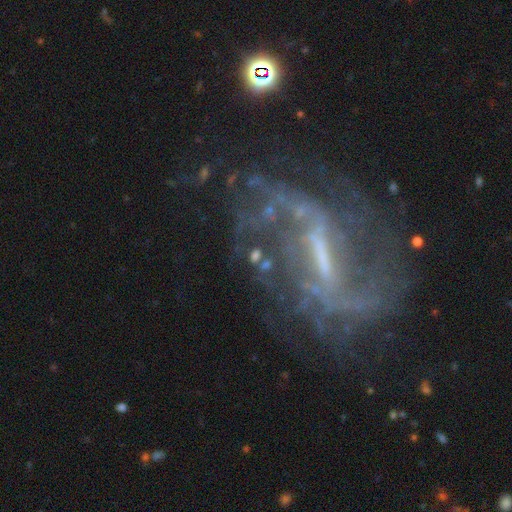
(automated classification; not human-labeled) Smooth or featured?
  - featured or disk: 62% *
  - star or artifact: 20%
  - smooth: 18%
Edge-on disk?
  - no: 85% *
  - yes: 15%
Bar?
  - strong: 47% *
  - no: 28%
  - weak: 24%
Spiral arms?
  - yes: 65% *
  - no: 35%
Bulge size?
  - moderate: 32% *
  - small: 31%
  - none: 23%
  - large: 10%
  - dominant: 4%
Merging?
  - none: 62% *
  - major disturbance: 16%
  - minor disturbance: 16%
  - merger: 6%